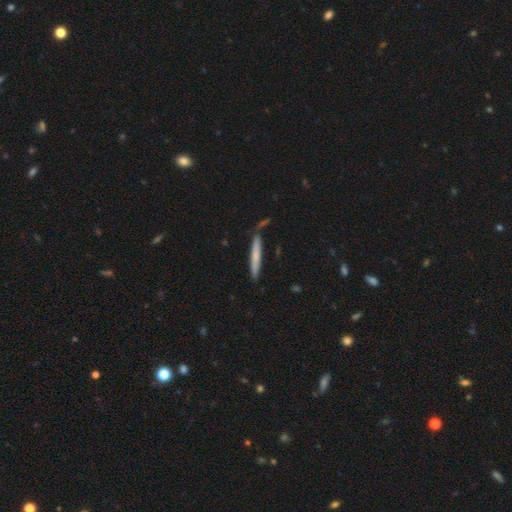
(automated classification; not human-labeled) A smooth galaxy with no disk features (64%) that is cigar-shaped (95%). Merging: none (81%).